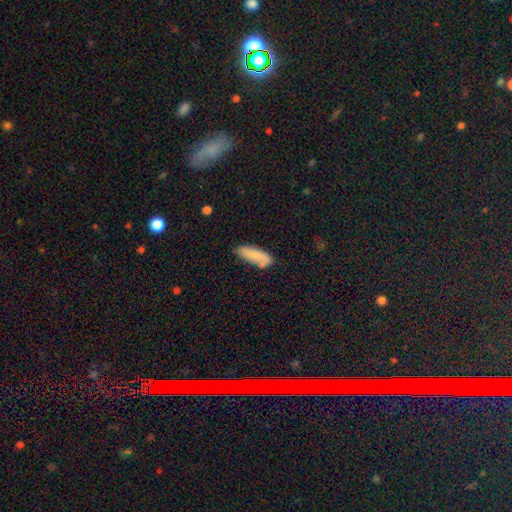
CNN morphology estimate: This is clearly a smooth galaxy (82%). How rounded: likely in between (64%). Merging: likely none (64%).